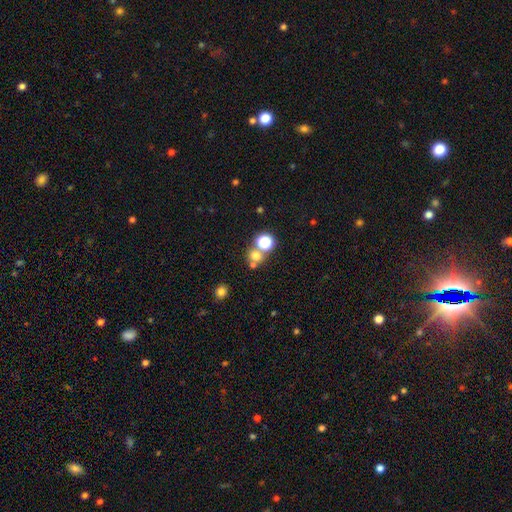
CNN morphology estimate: A smooth galaxy with no disk features (65%) that is round (82%).

Vote fractions:
- Smooth or featured? smooth: 65% / star or artifact: 26% / featured or disk: 9%
- How rounded? round: 82% / in between: 17% / cigar-shaped: 1%
- Merging? none: 57% / merger: 32% / minor disturbance: 7% / major disturbance: 4%